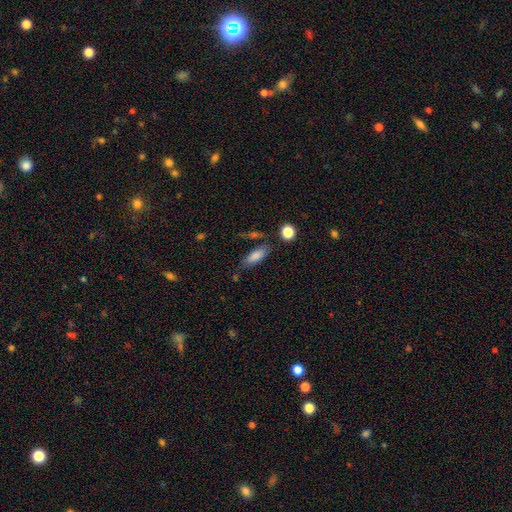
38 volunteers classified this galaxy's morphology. Overall: smooth (92%). How rounded: in between (63%; cigar-shaped 31%). Merging: none (64%).